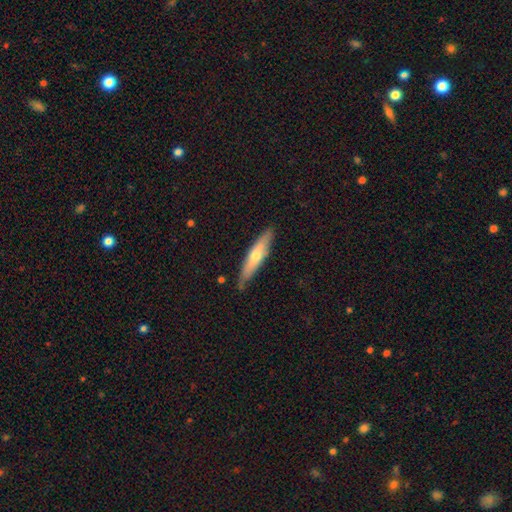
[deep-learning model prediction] A smooth galaxy with no disk features (50%). Merging: none (82%).